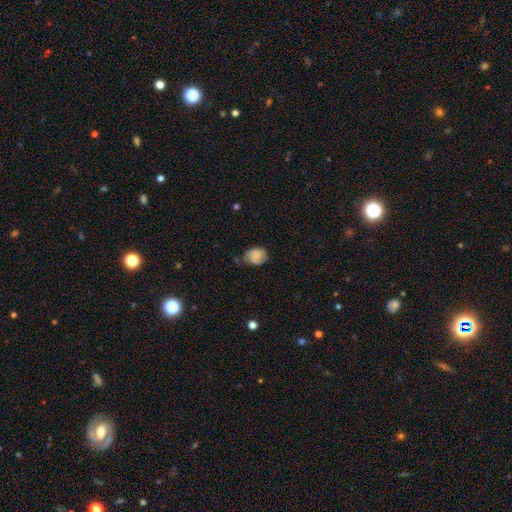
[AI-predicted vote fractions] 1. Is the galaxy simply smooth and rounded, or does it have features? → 68% smooth, 23% featured or disk, 9% star or artifact.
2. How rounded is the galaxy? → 52% round, 47% in between, 1% cigar-shaped.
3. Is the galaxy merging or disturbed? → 54% none, 34% minor disturbance, 10% major disturbance, 3% merger.